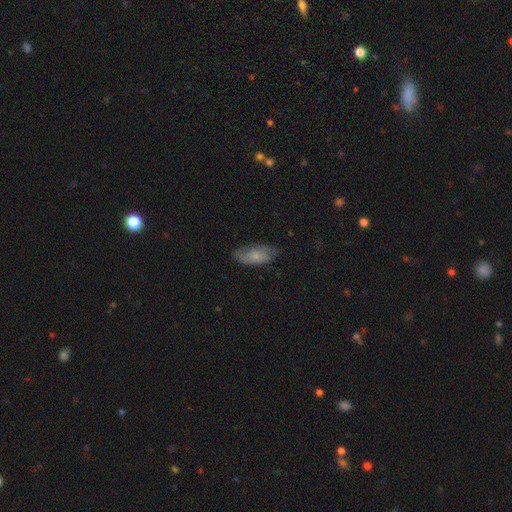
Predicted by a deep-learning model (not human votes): Smooth or featured?
  - smooth: 59% *
  - featured or disk: 34%
  - star or artifact: 7%
How rounded?
  - in between: 85% *
  - cigar-shaped: 12%
  - round: 3%
Merging?
  - none: 71% *
  - minor disturbance: 22%
  - major disturbance: 6%
  - merger: 1%